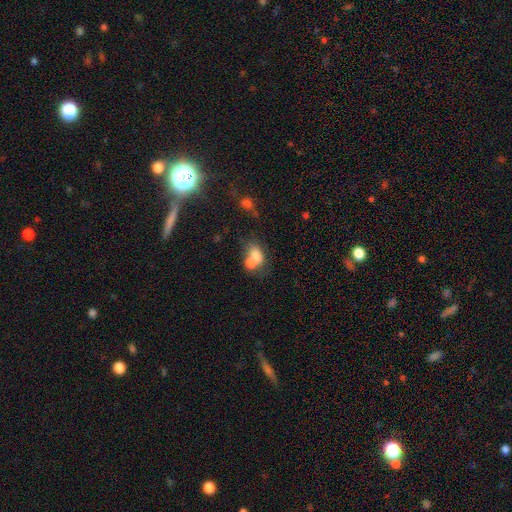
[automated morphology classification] This is likely a smooth galaxy (71%). How rounded: likely in between (70%). Merging: possibly merger (56%).